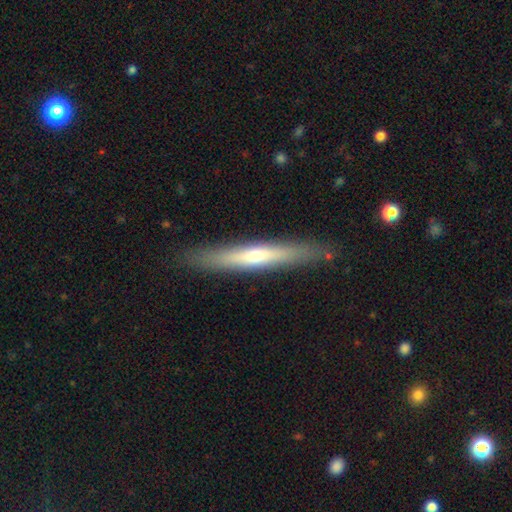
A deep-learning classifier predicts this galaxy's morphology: A featured or disk galaxy (54%) viewed edge-on (92%).

Vote fractions:
- Smooth or featured? featured or disk: 54% / smooth: 40% / star or artifact: 6%
- Edge-on disk? yes: 92% / no: 8%
- Merging? none: 89% / minor disturbance: 8% / major disturbance: 2% / merger: 1%